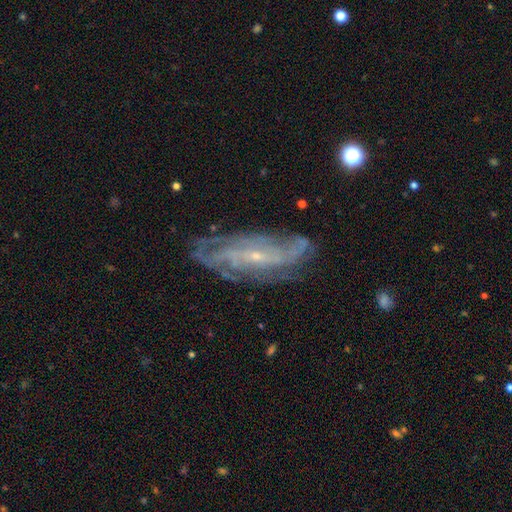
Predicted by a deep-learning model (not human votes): Smooth or featured: featured or disk — 86% (smooth — 7%)
Edge-on disk: no — 88% (yes — 12%)
Bar: no — 46% (weak — 36%)
Spiral arms: yes — 95% (no — 5%)
Spiral winding: tight — 47% (medium — 39%)
Spiral arm count: can't tell — 32% (2 — 22%)
Bulge size: small — 82% (moderate — 14%)
Merging: none — 72% (minor disturbance — 19%)